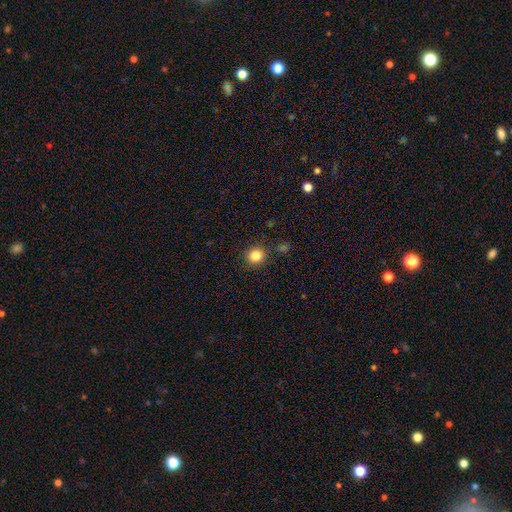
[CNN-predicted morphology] Smooth or featured: smooth — 84% (star or artifact — 12%)
How rounded: round — 92% (in between — 7%)
Merging: none — 88% (minor disturbance — 7%)